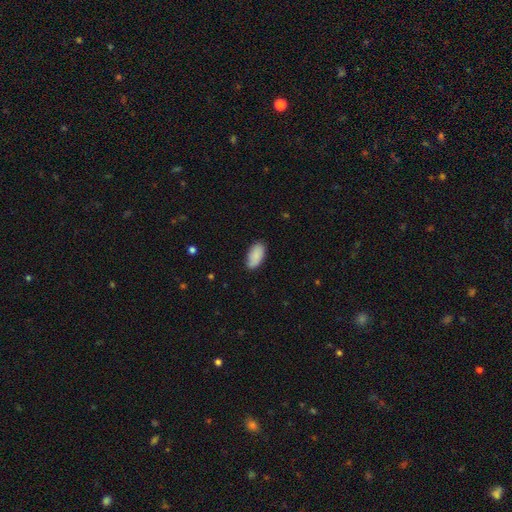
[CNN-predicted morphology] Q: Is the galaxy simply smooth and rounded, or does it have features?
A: smooth — 88%.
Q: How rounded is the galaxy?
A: in between — 94%.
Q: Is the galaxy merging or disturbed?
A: none — 84%.